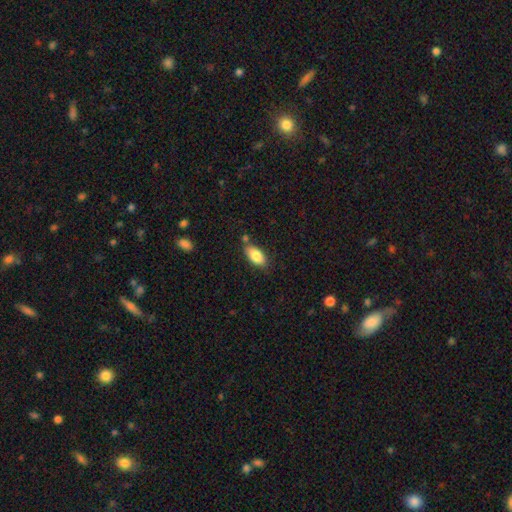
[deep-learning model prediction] smooth_or_featured: smooth (p=0.85) [alt: featured or disk p=0.08]
how_rounded: in between (p=0.90) [alt: cigar-shaped p=0.07]
merging: none (p=0.74) [alt: minor disturbance p=0.16]